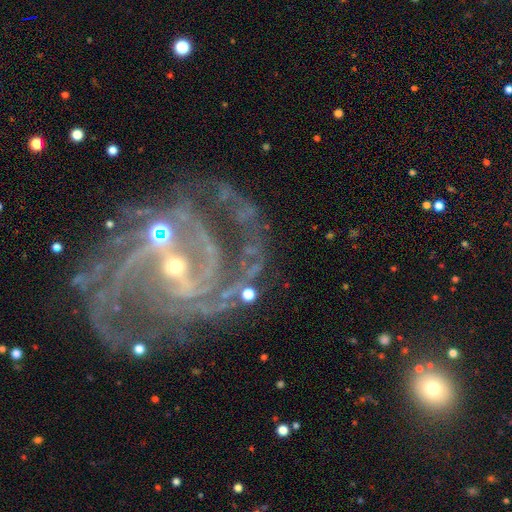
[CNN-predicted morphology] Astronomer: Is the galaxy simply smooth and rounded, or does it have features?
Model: featured or disk — 91%.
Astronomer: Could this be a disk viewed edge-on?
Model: no — 98%.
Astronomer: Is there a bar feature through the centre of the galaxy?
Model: strong — 42% (runner-up: weak, 38%).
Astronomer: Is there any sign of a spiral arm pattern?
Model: yes — 98%.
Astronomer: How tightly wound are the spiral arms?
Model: medium — 48% (runner-up: tight, 39%).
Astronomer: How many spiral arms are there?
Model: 2 — 41% (runner-up: 3, 22%).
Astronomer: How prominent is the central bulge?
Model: small — 69%.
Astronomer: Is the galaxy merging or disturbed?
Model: none — 54%.